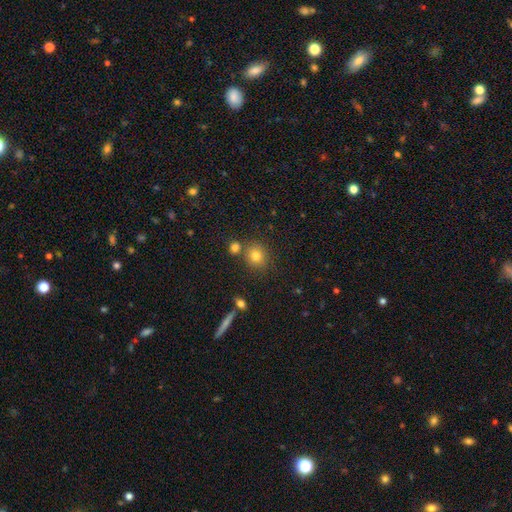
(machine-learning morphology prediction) Smooth or featured?
  - smooth: 78% *
  - star or artifact: 14%
  - featured or disk: 8%
How rounded?
  - round: 82% *
  - in between: 17%
  - cigar-shaped: 1%
Merging?
  - none: 74% *
  - merger: 13%
  - minor disturbance: 10%
  - major disturbance: 3%